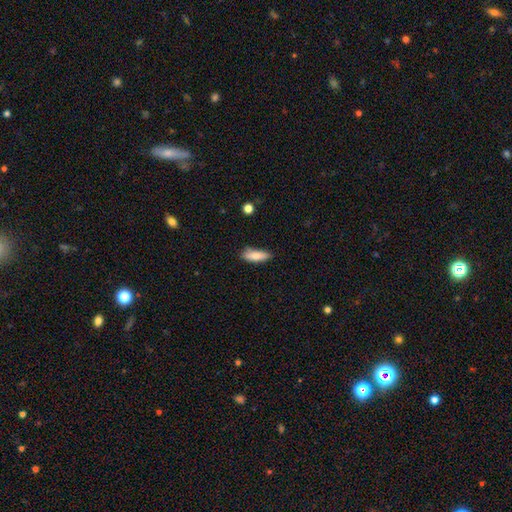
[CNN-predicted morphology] Overall: smooth (81%). How rounded: in between (60%; cigar-shaped 38%). Merging: none (73%).